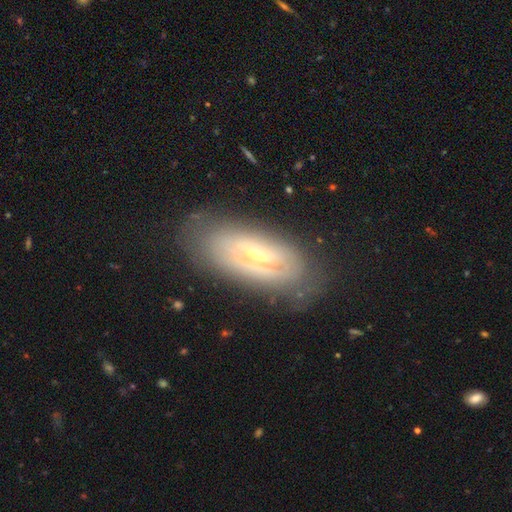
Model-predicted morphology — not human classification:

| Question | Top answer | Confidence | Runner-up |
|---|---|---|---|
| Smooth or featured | featured or disk | 63% | smooth (28%) |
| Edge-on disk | no | 76% | yes (24%) |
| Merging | none | 69% | minor disturbance (21%) |